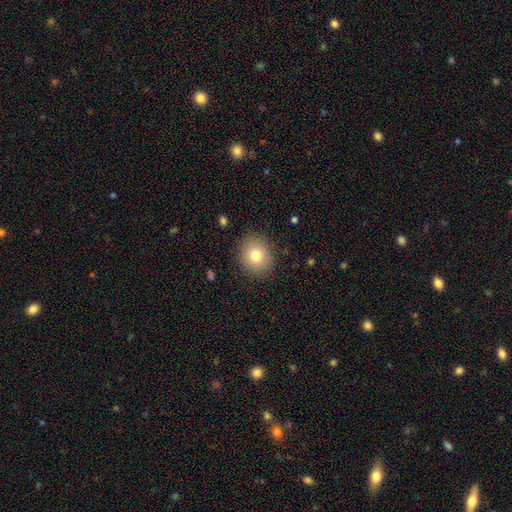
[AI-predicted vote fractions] The model was most divided on "how rounded": round: 71%, in between: 28%, cigar-shaped: 1%. More confident: merging — none (87%); smooth or featured — smooth (78%).